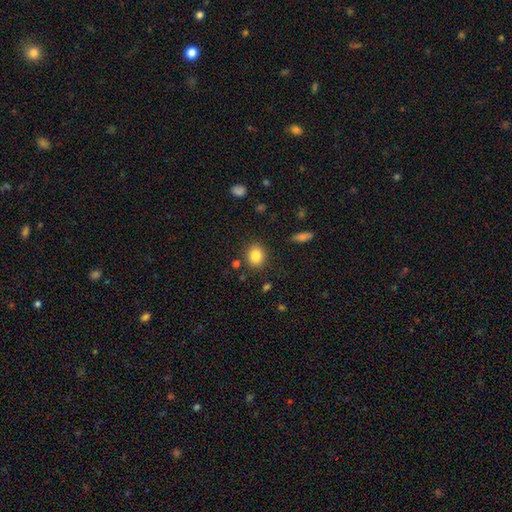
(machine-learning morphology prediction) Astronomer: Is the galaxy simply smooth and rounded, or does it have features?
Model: smooth — 84%.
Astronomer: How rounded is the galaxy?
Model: round — 61% (runner-up: in between, 38%).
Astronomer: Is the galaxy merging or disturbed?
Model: none — 86%.